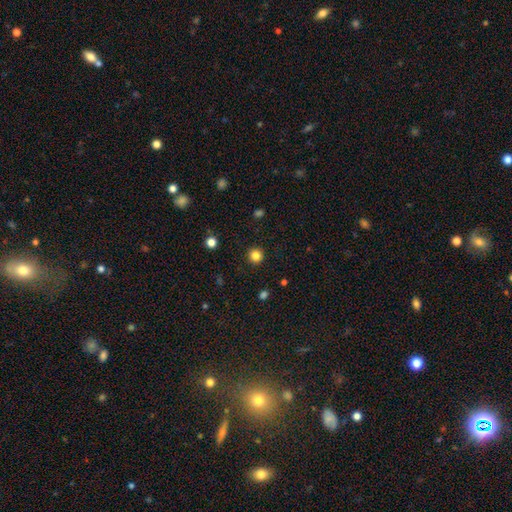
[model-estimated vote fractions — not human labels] Smooth or featured?
  - smooth: 83% *
  - star or artifact: 12%
  - featured or disk: 4%
How rounded?
  - round: 94% *
  - in between: 5%
  - cigar-shaped: 1%
Merging?
  - none: 93% *
  - minor disturbance: 5%
  - major disturbance: 2%
  - merger: 1%